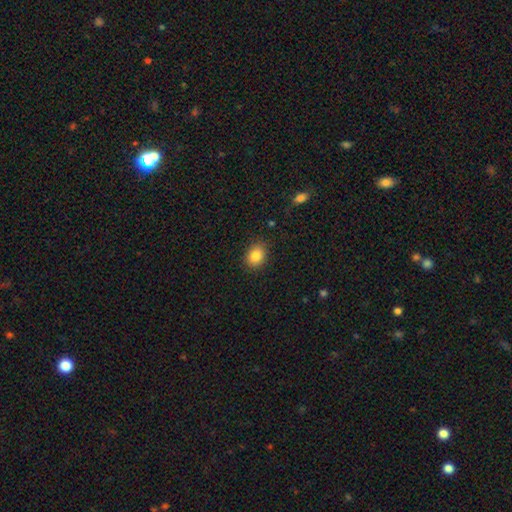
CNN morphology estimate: Smooth or featured: smooth — 84% (star or artifact — 10%)
How rounded: in between — 58% (round — 41%)
Merging: none — 87% (minor disturbance — 10%)